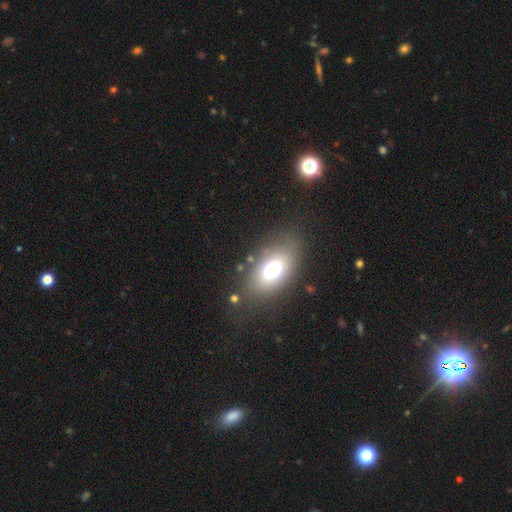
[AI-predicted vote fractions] This appears to be a smooth galaxy with no disk features (60%) that is in between round and cigar-shaped (83%). Merging: none (81%).